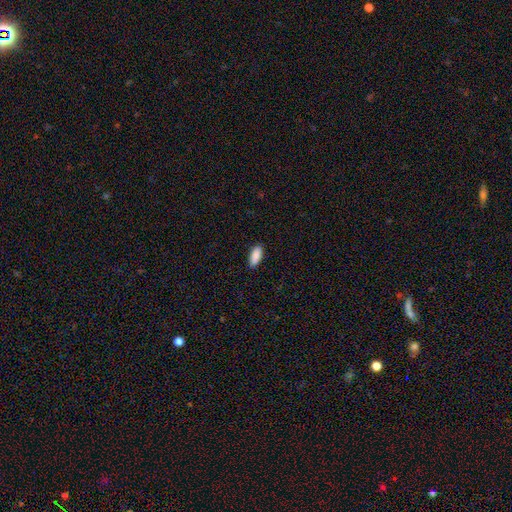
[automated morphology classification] smooth_or_featured: smooth (p=0.90) [alt: star or artifact p=0.06]
how_rounded: in between (p=0.83) [alt: cigar-shaped p=0.15]
merging: none (p=0.88) [alt: minor disturbance p=0.09]